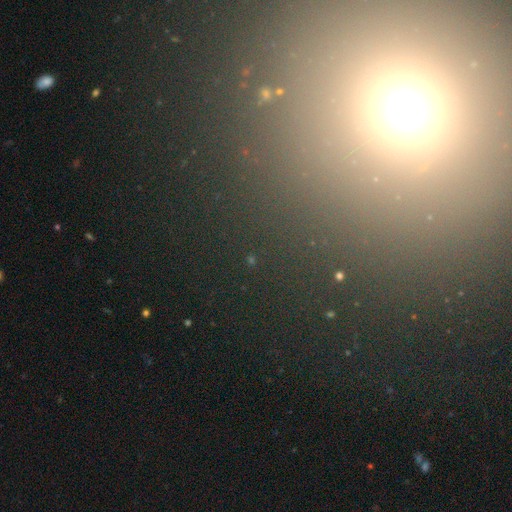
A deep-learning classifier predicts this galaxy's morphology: smooth-or-featured: star or artifact: 55% | smooth: 33% | featured or disk: 12%